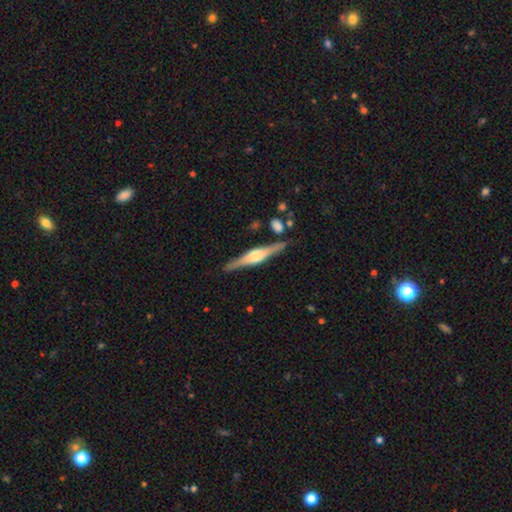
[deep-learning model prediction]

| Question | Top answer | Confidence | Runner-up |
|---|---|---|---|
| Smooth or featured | featured or disk | 77% | smooth (18%) |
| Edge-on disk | yes | 98% | no (2%) |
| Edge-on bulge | rounded | 81% | boxy (16%) |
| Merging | none | 86% | minor disturbance (9%) |